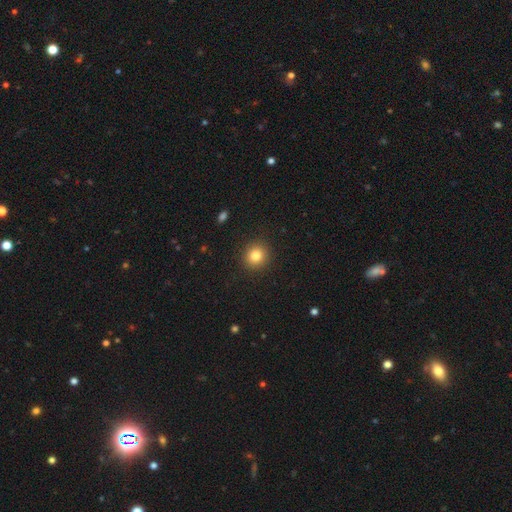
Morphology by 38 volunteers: This is likely a smooth galaxy (76%). How rounded: clearly round (97%). Merging: clearly none (94%).